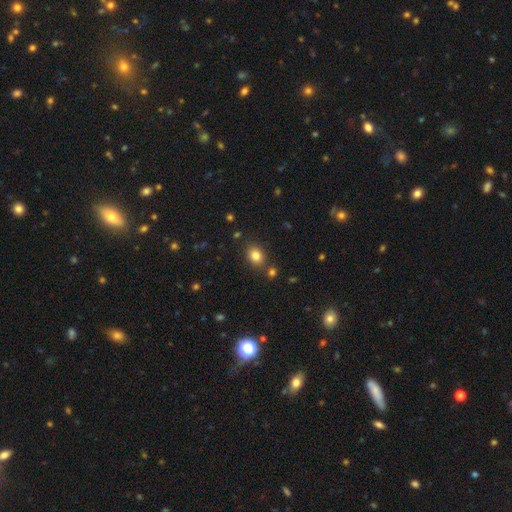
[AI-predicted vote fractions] Smooth or featured?
  - smooth: 82% *
  - star or artifact: 11%
  - featured or disk: 7%
How rounded?
  - in between: 54% *
  - round: 45%
  - cigar-shaped: 1%
Merging?
  - none: 80% *
  - minor disturbance: 10%
  - merger: 7%
  - major disturbance: 3%